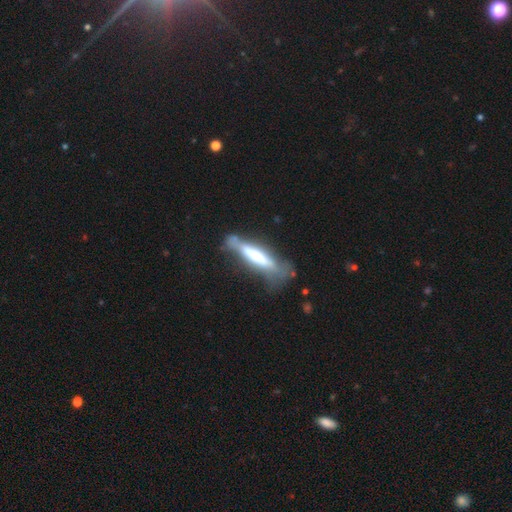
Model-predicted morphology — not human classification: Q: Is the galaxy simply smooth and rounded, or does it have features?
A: featured or disk — 52%.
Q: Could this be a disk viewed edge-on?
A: yes — 76%.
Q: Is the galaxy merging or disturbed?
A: none — 46%.